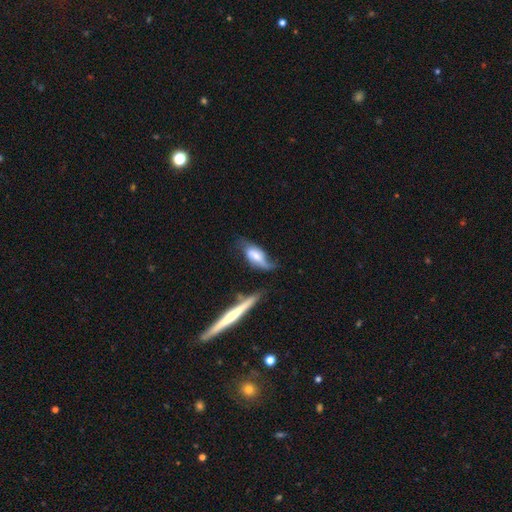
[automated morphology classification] This appears to be a featured or disk galaxy (53%). Merging: none (35%).